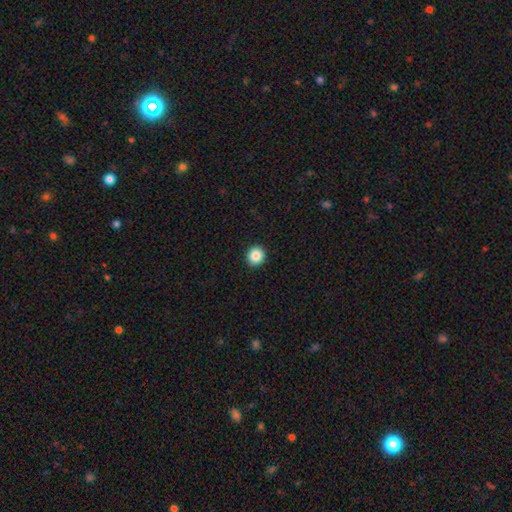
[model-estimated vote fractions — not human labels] Smooth or featured: smooth — 87% (star or artifact — 9%)
How rounded: round — 88% (in between — 11%)
Merging: none — 93% (minor disturbance — 5%)